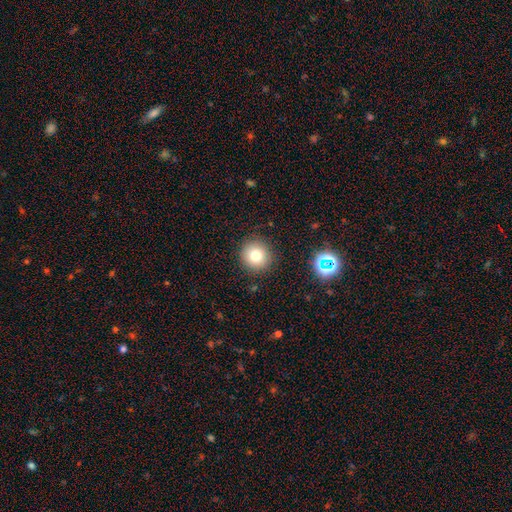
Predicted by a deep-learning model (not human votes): smooth 76%, star or artifact 14%, featured or disk 10%. Down the decision tree: how rounded — round (94%); merging — none (89%).